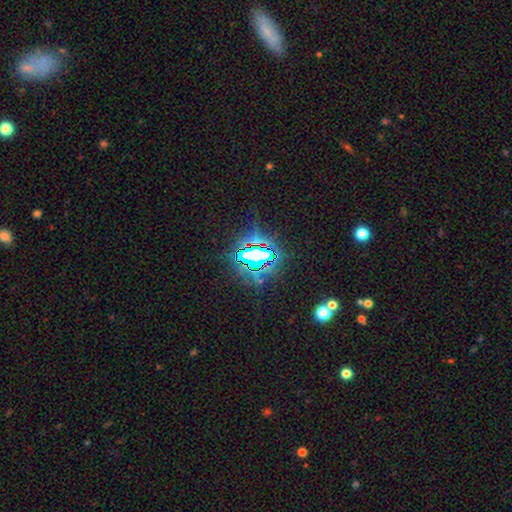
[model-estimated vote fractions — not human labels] star or artifact 76%, smooth 13%, featured or disk 10%.